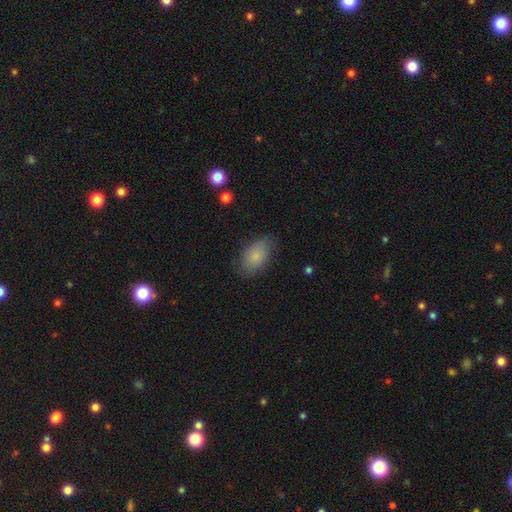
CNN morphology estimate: smooth_or_featured: smooth (p=0.82) [alt: featured or disk p=0.10]
how_rounded: in between (p=0.91) [alt: round p=0.07]
merging: none (p=0.76) [alt: minor disturbance p=0.18]